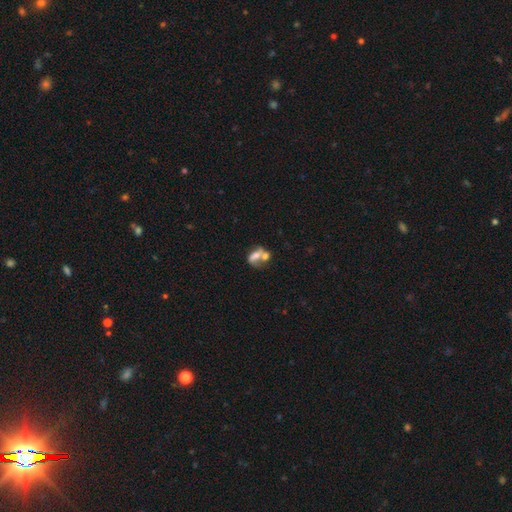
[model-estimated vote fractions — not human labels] This is possibly a smooth galaxy (53%). How rounded: likely in between (75%). Merging: possibly merger (57%).